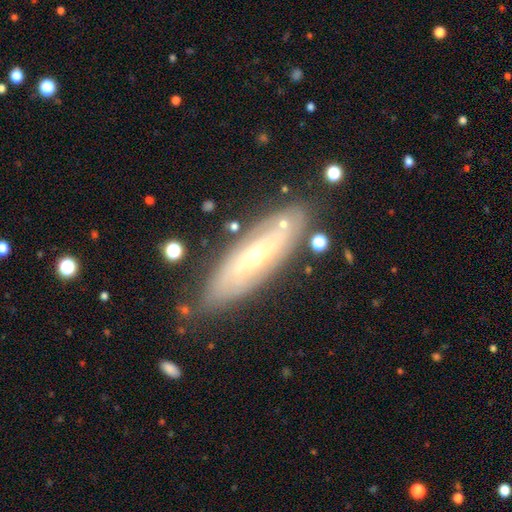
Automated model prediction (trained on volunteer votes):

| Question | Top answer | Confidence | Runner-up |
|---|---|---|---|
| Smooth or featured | featured or disk | 72% | smooth (21%) |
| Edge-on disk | no | 72% | yes (28%) |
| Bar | no | 73% | weak (21%) |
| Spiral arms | yes | 69% | no (31%) |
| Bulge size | small | 59% | moderate (37%) |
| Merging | none | 78% | minor disturbance (15%) |